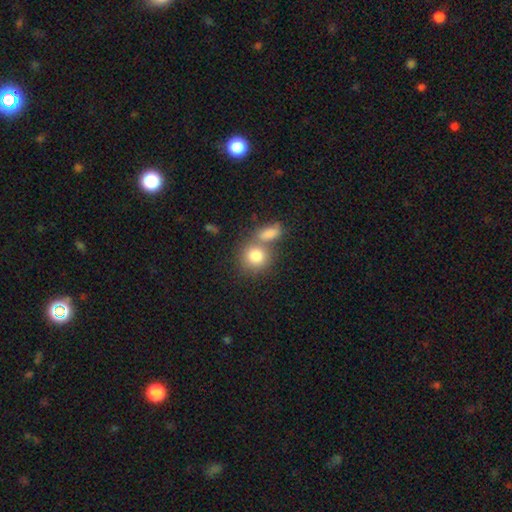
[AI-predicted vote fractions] This is clearly a smooth galaxy (81%). How rounded: likely round (76%). Merging: marginally none (45%).